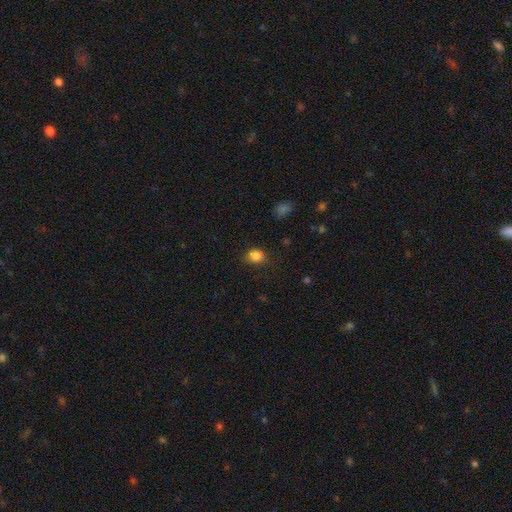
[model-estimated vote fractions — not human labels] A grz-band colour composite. It shows a smooth galaxy with no disk features (80%) that is round (63%). Merging: none (65%).